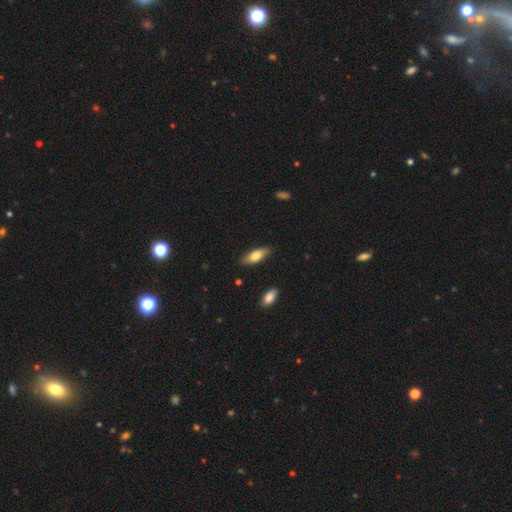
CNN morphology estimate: A smooth galaxy with no disk features (73%) that is in between round and cigar-shaped (64%).

Vote fractions:
- Smooth or featured? smooth: 73% / featured or disk: 21% / star or artifact: 6%
- How rounded? in between: 64% / cigar-shaped: 34% / round: 2%
- Merging? none: 85% / minor disturbance: 11% / major disturbance: 2% / merger: 2%